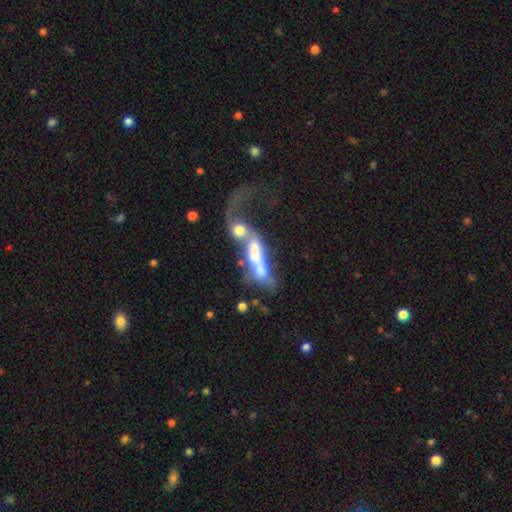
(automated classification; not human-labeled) Smooth or featured: featured or disk — 52% (smooth — 38%)
Edge-on disk: no — 78% (yes — 22%)
Merging: merger — 67% (major disturbance — 20%)